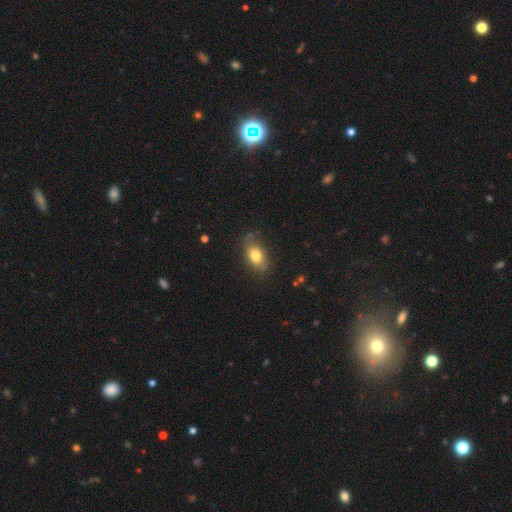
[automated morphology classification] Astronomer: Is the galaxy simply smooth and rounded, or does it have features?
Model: smooth — 78%.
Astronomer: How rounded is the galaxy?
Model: in between — 84%.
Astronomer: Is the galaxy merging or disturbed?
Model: none — 75%.